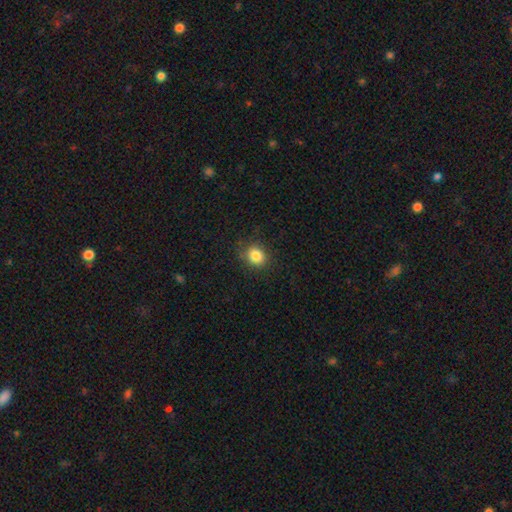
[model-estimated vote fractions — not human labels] smooth 84%, star or artifact 10%, featured or disk 5%. Down the decision tree: how rounded — round (69%); merging — none (83%).